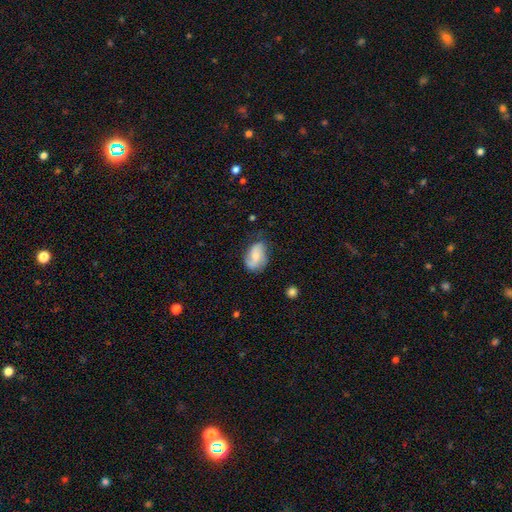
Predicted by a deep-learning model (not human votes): The model was most divided on "smooth or featured": featured or disk: 48%, smooth: 45%, star or artifact: 8%. More confident: merging — none (57%).